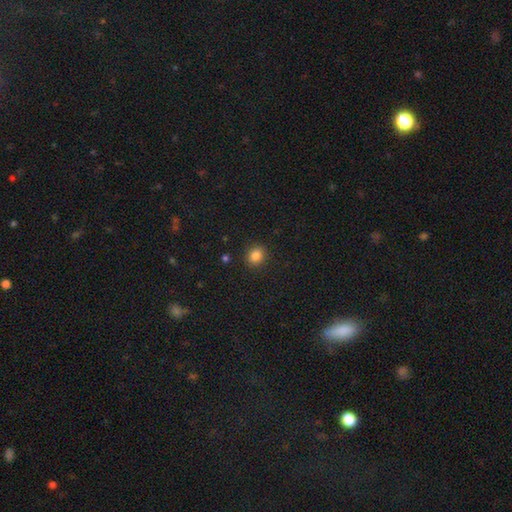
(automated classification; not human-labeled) Q: Smooth or featured?
A: smooth (84%); runner-up: star or artifact (11%)
Q: How rounded?
A: round (67%); runner-up: in between (32%)
Q: Merging?
A: none (89%); runner-up: minor disturbance (7%)